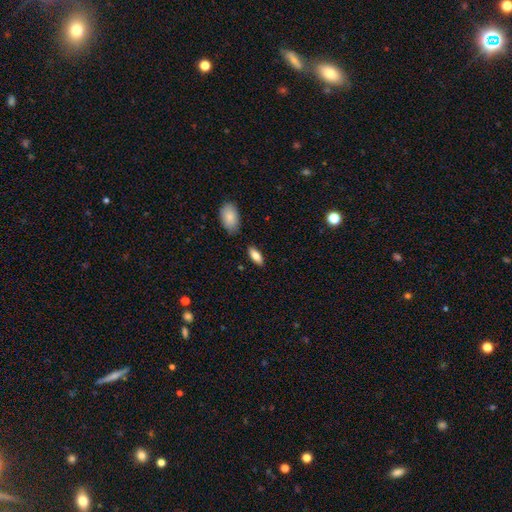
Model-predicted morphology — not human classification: Smooth or featured: smooth — 80% (featured or disk — 14%)
How rounded: in between — 82% (cigar-shaped — 16%)
Merging: none — 85% (minor disturbance — 10%)